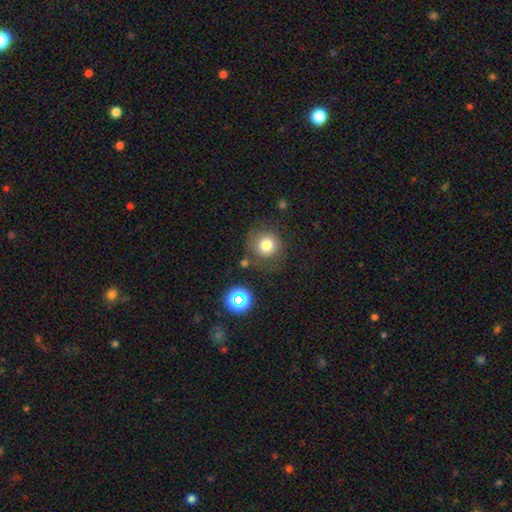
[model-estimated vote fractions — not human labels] This appears to be a smooth galaxy with no disk features (64%) that is round (93%). Merging: none (86%).